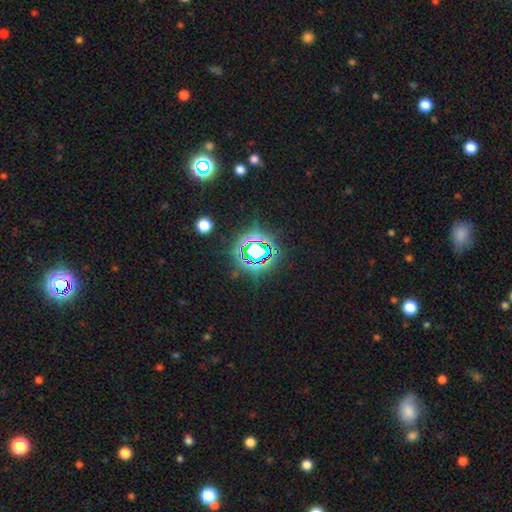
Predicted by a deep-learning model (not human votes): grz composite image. It shows a star or artifact, not a galaxy (73%).